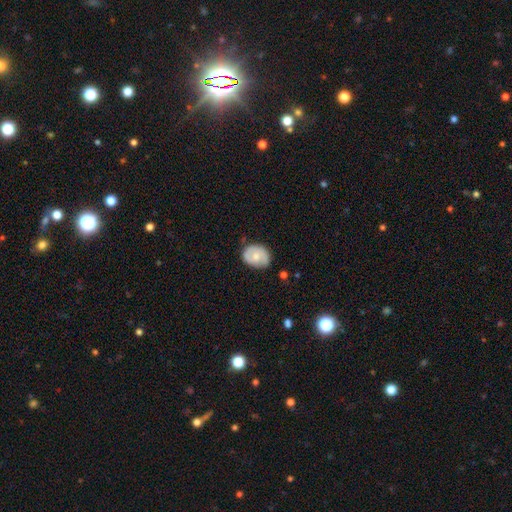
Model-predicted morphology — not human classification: Smooth or featured? Predicted: smooth (p=0.57). How rounded? Predicted: in between (p=0.56). Merging? Predicted: none (p=0.69).